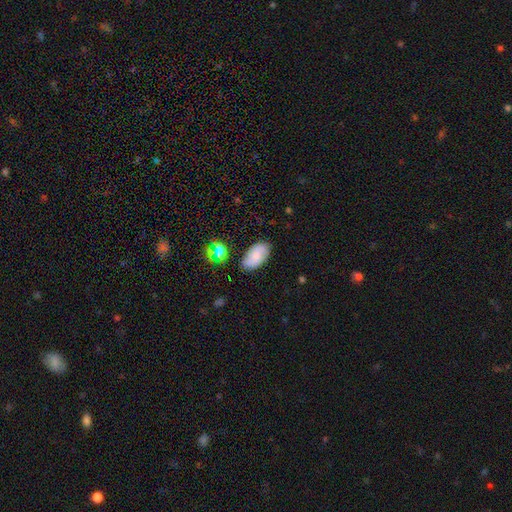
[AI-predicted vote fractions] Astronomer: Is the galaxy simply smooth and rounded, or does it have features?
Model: smooth — 63%.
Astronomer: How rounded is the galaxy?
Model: in between — 93%.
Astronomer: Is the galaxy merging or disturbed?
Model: none — 80%.